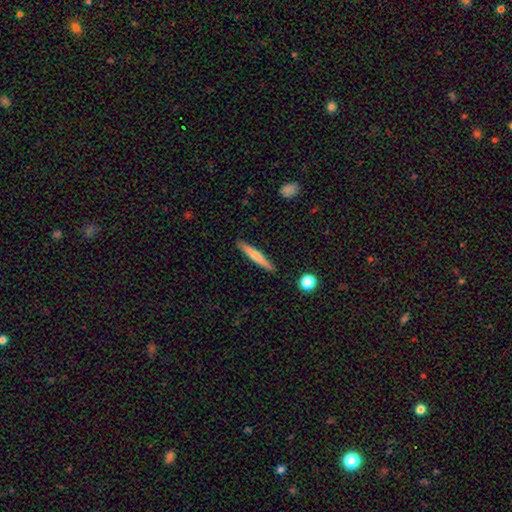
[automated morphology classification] type=smooth (62%); roundness=cigar-shaped (95%); merging=none (89%).